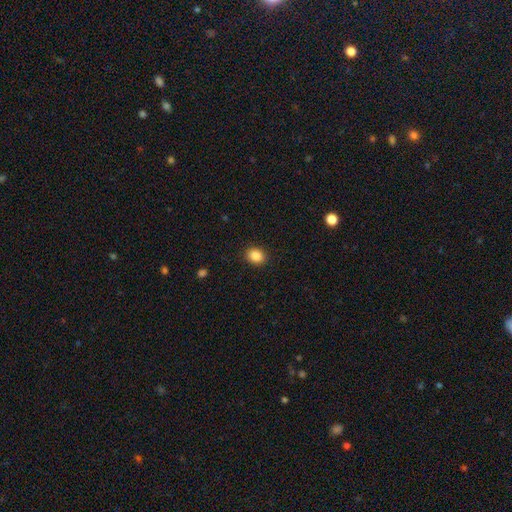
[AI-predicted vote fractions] smooth_or_featured: smooth (p=0.88) [alt: star or artifact p=0.09]
how_rounded: in between (p=0.52) [alt: round p=0.47]
merging: none (p=0.90) [alt: minor disturbance p=0.07]